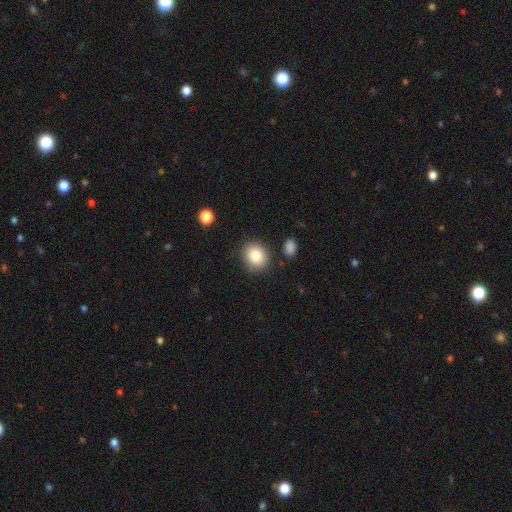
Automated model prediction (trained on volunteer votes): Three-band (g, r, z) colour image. It shows a smooth galaxy with no disk features (82%) that is round (72%). Merging: none (85%).